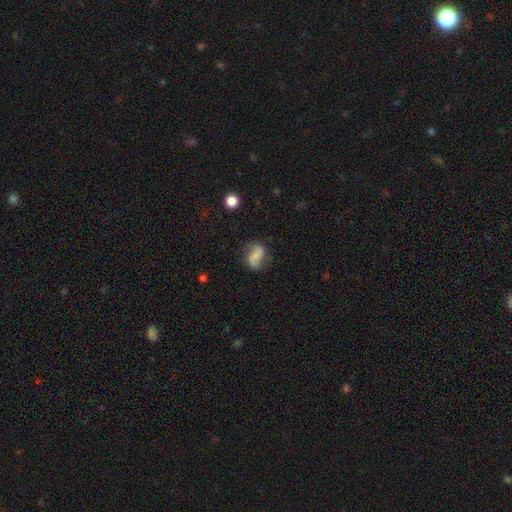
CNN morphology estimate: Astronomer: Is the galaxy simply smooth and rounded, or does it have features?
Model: smooth — 48% (runner-up: featured or disk, 43%).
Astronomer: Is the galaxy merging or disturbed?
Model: none — 65%.